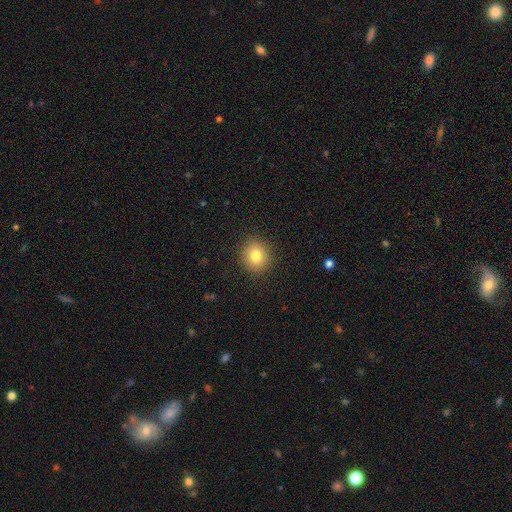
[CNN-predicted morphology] smooth_or_featured: smooth (p=0.80) [alt: star or artifact p=0.11]
how_rounded: round (p=0.82) [alt: in between p=0.17]
merging: none (p=0.90) [alt: minor disturbance p=0.07]